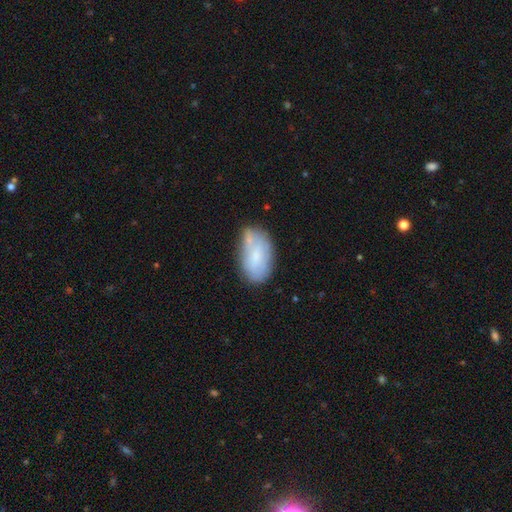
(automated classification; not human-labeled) smooth_or_featured: smooth (p=0.63) [alt: featured or disk p=0.29]
how_rounded: in between (p=0.94) [alt: round p=0.04]
merging: none (p=0.59) [alt: minor disturbance p=0.27]